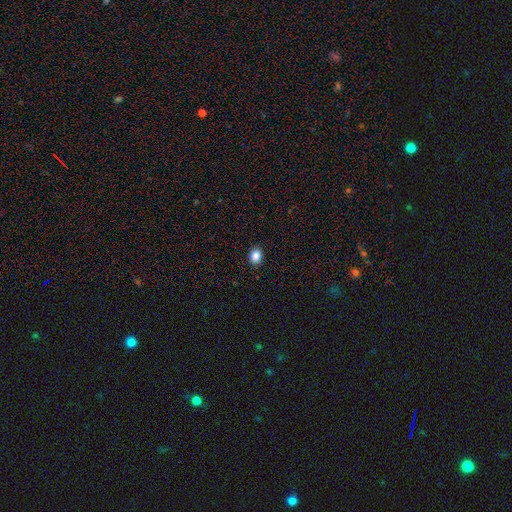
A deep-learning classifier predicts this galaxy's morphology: A smooth galaxy with no disk features (85%) that is round (55%).

Vote fractions:
- Smooth or featured? smooth: 85% / star or artifact: 10% / featured or disk: 4%
- How rounded? round: 55% / in between: 44% / cigar-shaped: 1%
- Merging? none: 91% / minor disturbance: 6% / major disturbance: 2% / merger: 1%